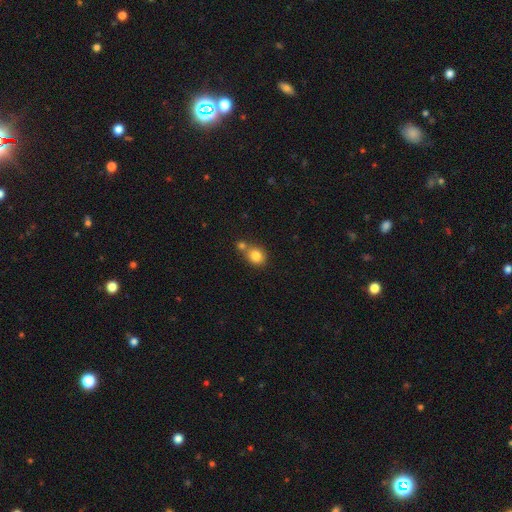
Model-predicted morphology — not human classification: The model was most divided on "merging": none: 51%, merger: 36%, minor disturbance: 10%, major disturbance: 3%. More confident: smooth or featured — smooth (82%); how rounded — round (73%).